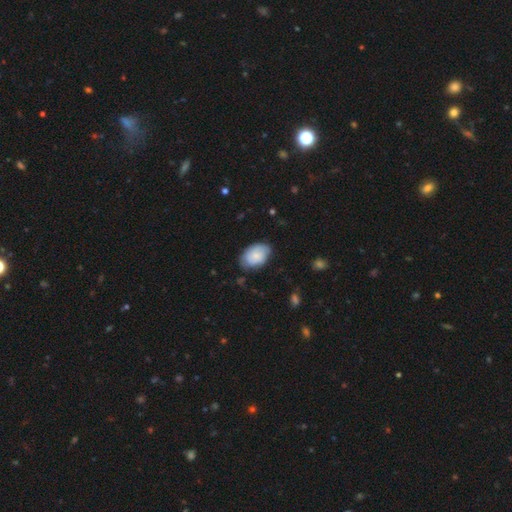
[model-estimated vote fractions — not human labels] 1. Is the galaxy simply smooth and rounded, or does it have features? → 63% smooth, 30% featured or disk, 7% star or artifact.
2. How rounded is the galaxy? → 86% in between, 12% round, 1% cigar-shaped.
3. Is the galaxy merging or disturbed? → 69% none, 24% minor disturbance, 5% major disturbance, 1% merger.